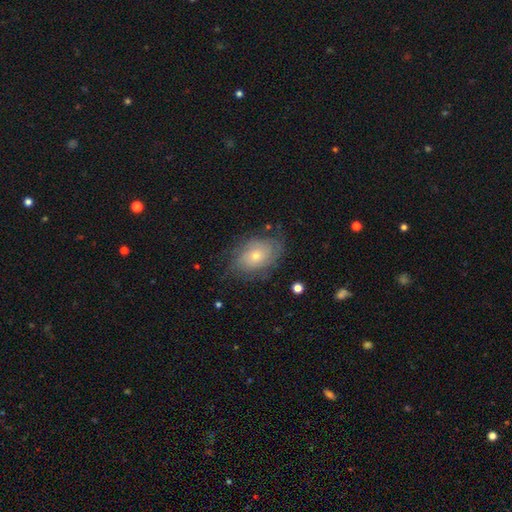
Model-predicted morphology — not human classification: The model was most divided on "bulge size": small: 54%, moderate: 41%, large: 3%, none: 1%, dominant: 1%. More confident: edge-on disk — no (95%); bar — no (83%); spiral arms — yes (77%); merging — none (70%); smooth or featured — featured or disk (57%).